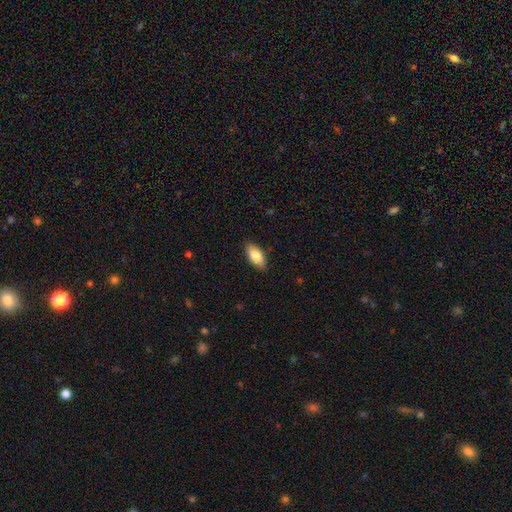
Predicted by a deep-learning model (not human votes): A smooth galaxy with no disk features (85%) that is in between round and cigar-shaped (91%).

Vote fractions:
- Smooth or featured? smooth: 85% / featured or disk: 9% / star or artifact: 6%
- How rounded? in between: 91% / cigar-shaped: 7% / round: 2%
- Merging? none: 87% / minor disturbance: 10% / major disturbance: 2% / merger: 1%